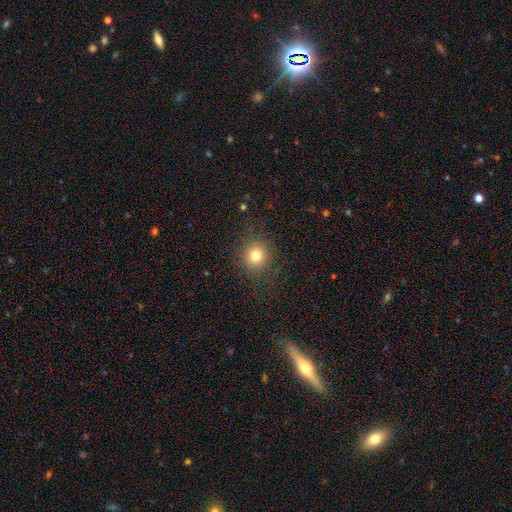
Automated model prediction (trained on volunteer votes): Morphology: type=smooth (78%); roundness=round (90%); merging=none (86%).